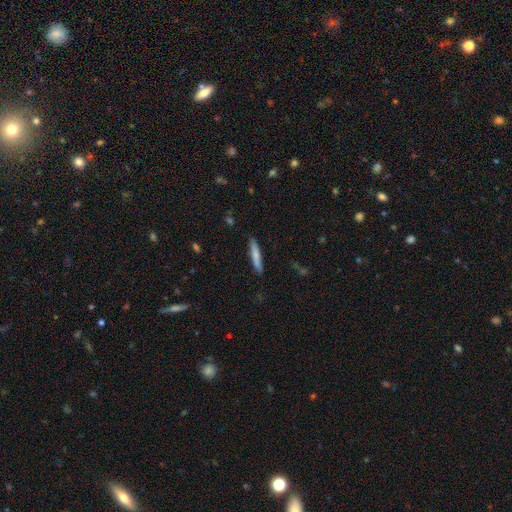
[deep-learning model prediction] The model was most divided on "smooth or featured": smooth: 72%, featured or disk: 22%, star or artifact: 6%. More confident: how rounded — cigar-shaped (93%); merging — none (88%).